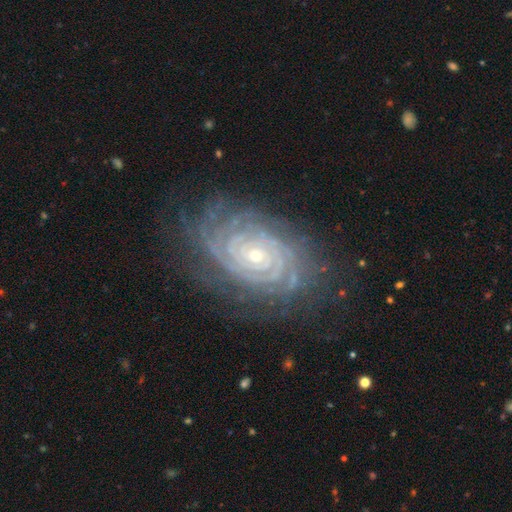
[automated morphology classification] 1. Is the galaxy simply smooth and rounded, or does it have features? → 90% featured or disk, 6% star or artifact, 4% smooth.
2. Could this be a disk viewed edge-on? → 97% no, 3% yes.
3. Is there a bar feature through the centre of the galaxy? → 72% no, 19% weak, 9% strong.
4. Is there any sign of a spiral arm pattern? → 98% yes, 2% no.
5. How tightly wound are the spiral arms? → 86% tight, 12% medium, 2% loose.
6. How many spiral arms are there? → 22% can't tell, 19% more than 4, 18% 4, 17% 2, 15% 3, 8% 1.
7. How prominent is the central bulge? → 73% small, 24% moderate, 1% large, 1% none, 1% dominant.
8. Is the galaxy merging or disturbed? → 79% none, 15% minor disturbance, 5% major disturbance, 1% merger.